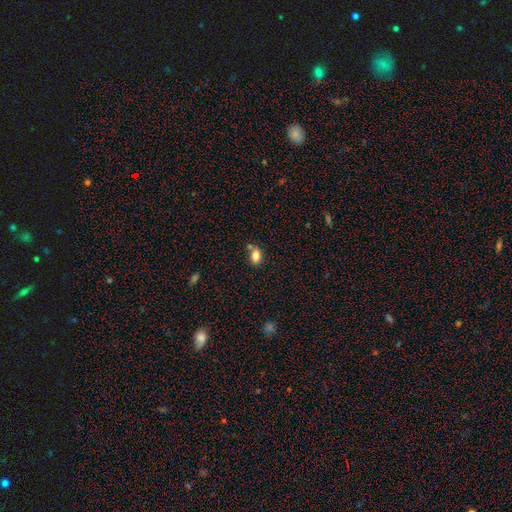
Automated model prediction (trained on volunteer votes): Smooth or featured? Predicted: smooth (p=0.82). How rounded? Predicted: in between (p=0.83). Merging? Predicted: none (p=0.62).